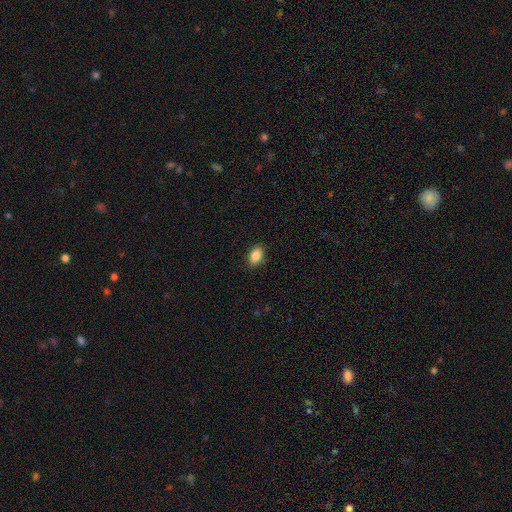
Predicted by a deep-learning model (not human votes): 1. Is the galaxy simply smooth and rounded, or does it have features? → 87% smooth, 8% star or artifact, 5% featured or disk.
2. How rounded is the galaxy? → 88% in between, 11% round, 2% cigar-shaped.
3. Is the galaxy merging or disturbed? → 88% none, 9% minor disturbance, 2% major disturbance, 1% merger.